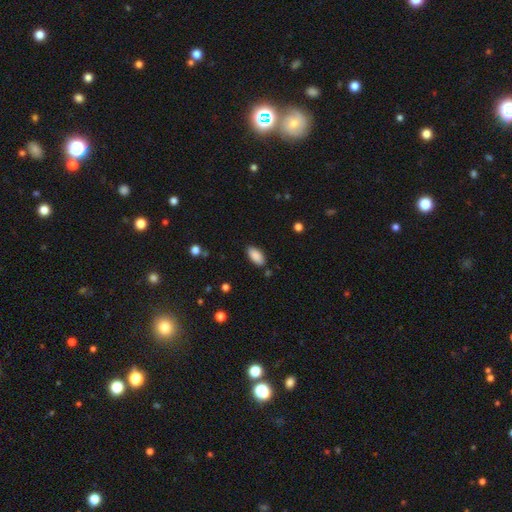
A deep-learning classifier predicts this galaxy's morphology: This is clearly a smooth galaxy (89%). How rounded: clearly in between (92%). Merging: clearly none (85%).